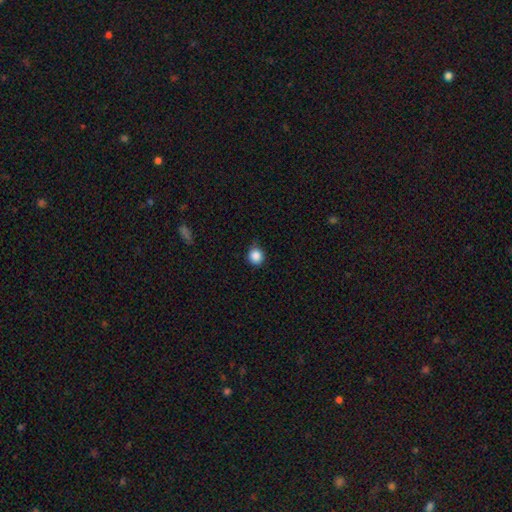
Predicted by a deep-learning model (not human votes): smooth_or_featured: smooth (p=0.87) [alt: star or artifact p=0.10]
how_rounded: round (p=0.90) [alt: in between p=0.09]
merging: none (p=0.79) [alt: minor disturbance p=0.17]